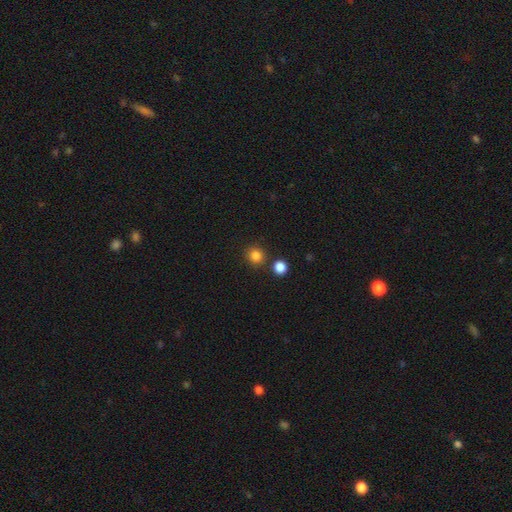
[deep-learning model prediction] This is clearly a smooth galaxy (83%). How rounded: clearly round (90%). Merging: clearly none (83%).